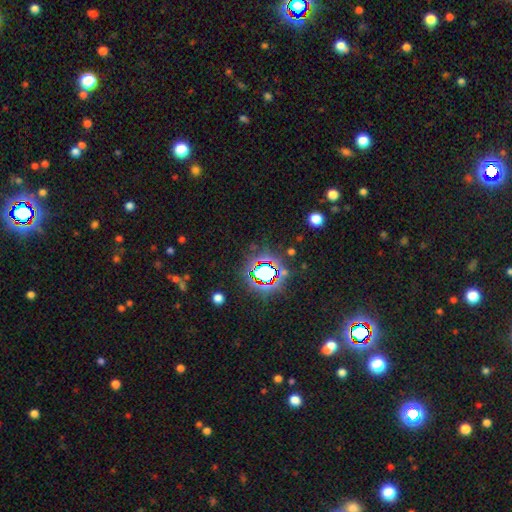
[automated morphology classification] This is clearly a star or artifact rather than a galaxy (80%).